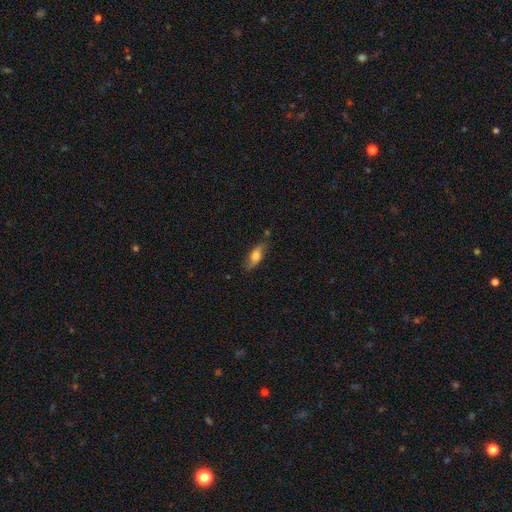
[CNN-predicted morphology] This is possibly a smooth galaxy (58%). How rounded: likely in between (72%). Merging: likely none (70%).